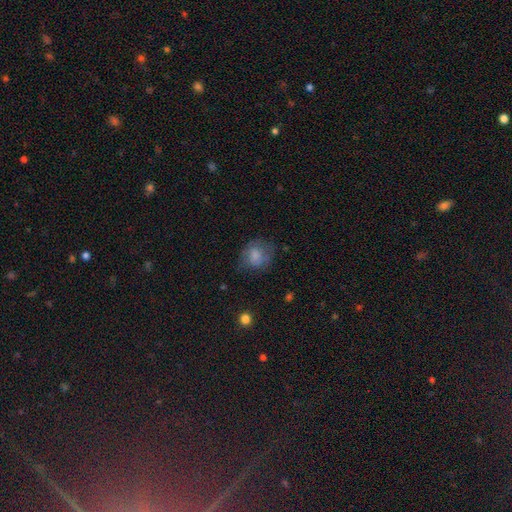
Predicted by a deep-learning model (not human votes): Smooth or featured: smooth — 73% (featured or disk — 17%)
How rounded: round — 62% (in between — 37%)
Merging: none — 56% (minor disturbance — 27%)